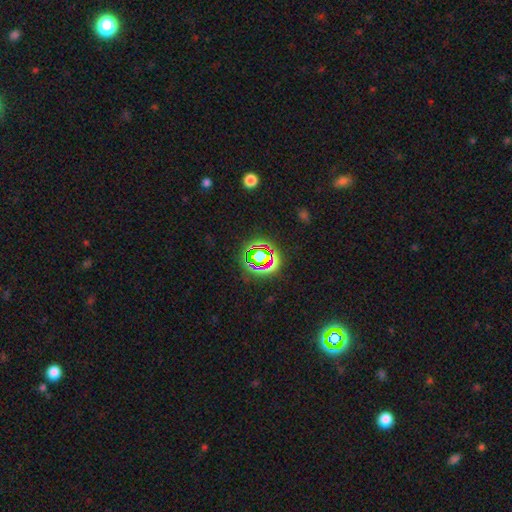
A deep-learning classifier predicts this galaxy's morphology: Smooth or featured?
  - star or artifact: 65% *
  - smooth: 22%
  - featured or disk: 13%